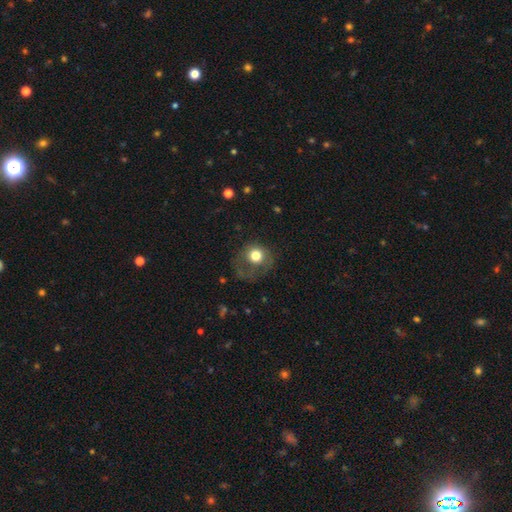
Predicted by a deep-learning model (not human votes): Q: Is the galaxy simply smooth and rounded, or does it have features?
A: smooth — 72%.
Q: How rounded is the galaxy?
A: round — 82%.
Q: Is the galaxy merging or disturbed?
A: none — 42%.